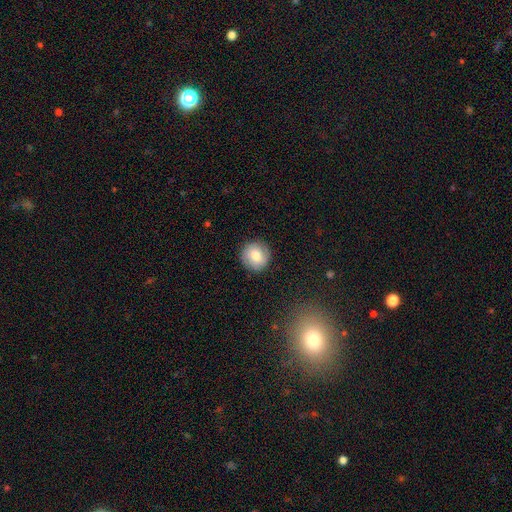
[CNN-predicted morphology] A smooth galaxy with no disk features (67%) that is round (92%).

Vote fractions:
- Smooth or featured? smooth: 67% / featured or disk: 25% / star or artifact: 8%
- How rounded? round: 92% / in between: 7% / cigar-shaped: 1%
- Merging? none: 87% / minor disturbance: 9% / major disturbance: 3% / merger: 1%